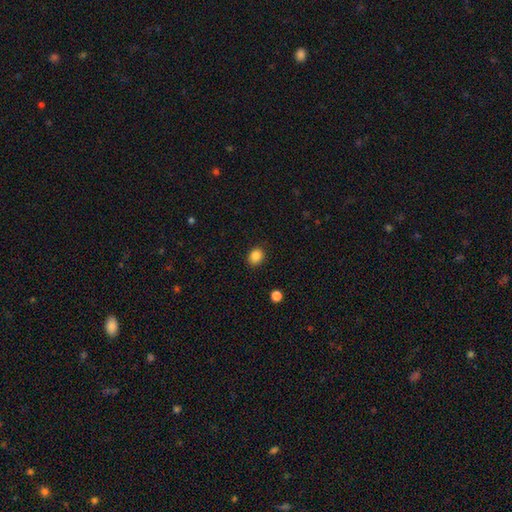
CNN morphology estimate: Overall: smooth (86%). How rounded: round (57%; in between 42%). Merging: none (88%).